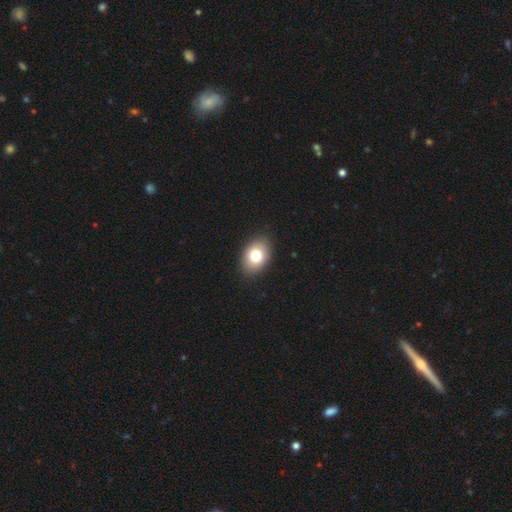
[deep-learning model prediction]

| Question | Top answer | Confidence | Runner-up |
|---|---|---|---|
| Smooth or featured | smooth | 78% | featured or disk (14%) |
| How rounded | in between | 83% | round (16%) |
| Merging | none | 89% | minor disturbance (8%) |